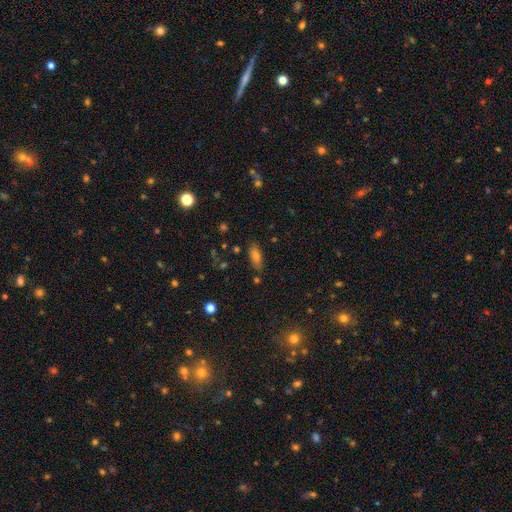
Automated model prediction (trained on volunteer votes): smooth-or-featured: smooth: 71% | featured or disk: 15% | star or artifact: 14%
  how-rounded: in between: 72% | cigar-shaped: 24% | round: 4%
  merging: none: 82% | minor disturbance: 12% | major disturbance: 3% | merger: 3%